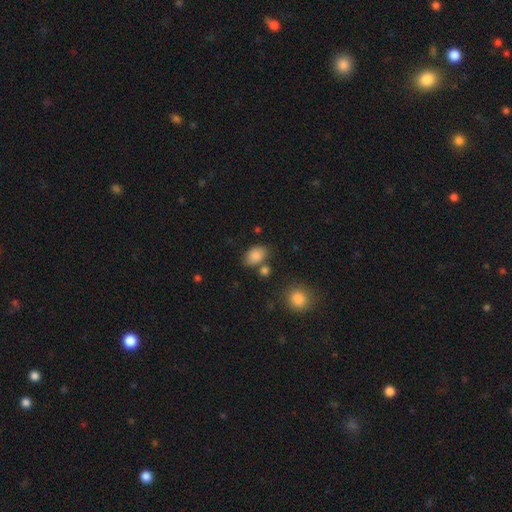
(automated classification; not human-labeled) Morphology: type=smooth (85%); roundness=in between (82%); merging=none (67%).